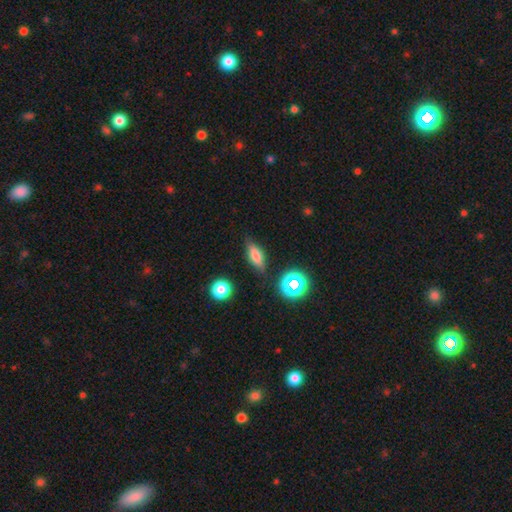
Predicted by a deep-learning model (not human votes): Smooth or featured? smooth (66%)
How rounded? in between (61%)
Merging? none (79%)